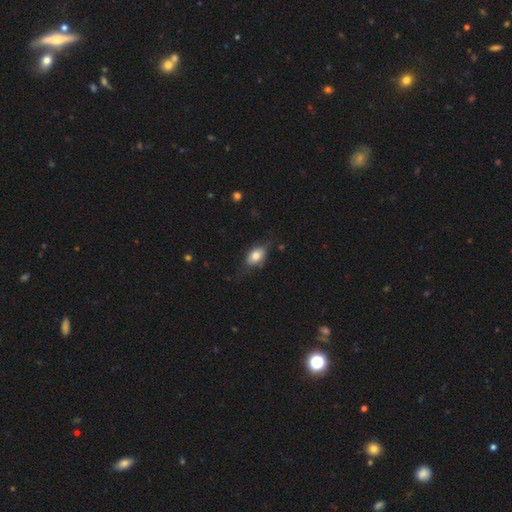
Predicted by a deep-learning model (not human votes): Smooth or featured: smooth — 77% (featured or disk — 16%)
How rounded: in between — 86% (round — 10%)
Merging: none — 66% (minor disturbance — 25%)